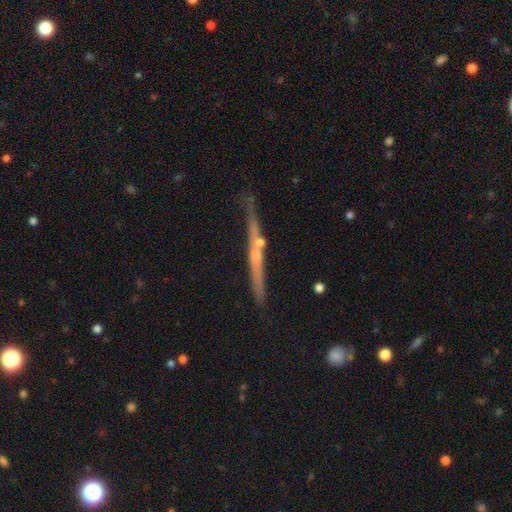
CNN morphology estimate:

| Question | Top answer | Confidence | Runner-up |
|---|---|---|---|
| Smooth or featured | featured or disk | 64% | smooth (28%) |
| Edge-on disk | yes | 95% | no (5%) |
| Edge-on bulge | none | 51% | rounded (44%) |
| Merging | none | 77% | minor disturbance (13%) |